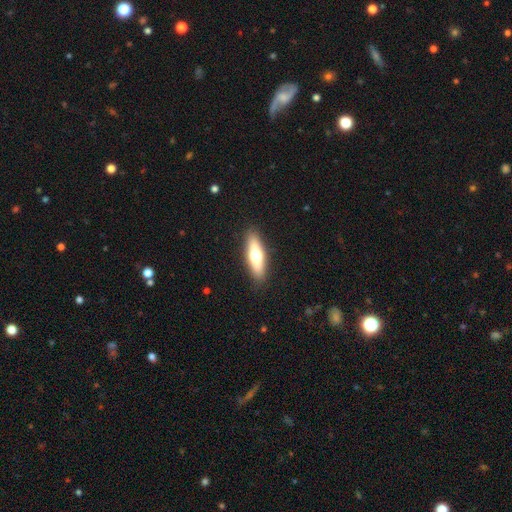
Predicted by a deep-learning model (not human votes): A smooth galaxy with no disk features (59%) that is cigar-shaped (57%).

Vote fractions:
- Smooth or featured? smooth: 59% / featured or disk: 35% / star or artifact: 6%
- How rounded? cigar-shaped: 57% / in between: 41% / round: 2%
- Merging? none: 89% / minor disturbance: 8% / major disturbance: 2% / merger: 1%